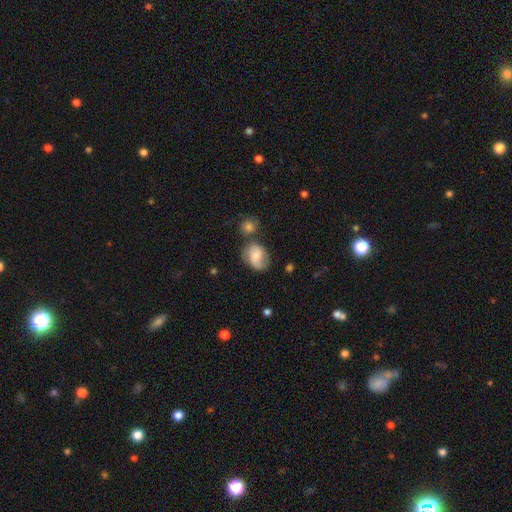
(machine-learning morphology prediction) Overall: smooth (57%; featured or disk 35%). How rounded: in between (60%; round 39%). Merging: none (51%; minor disturbance 26%).